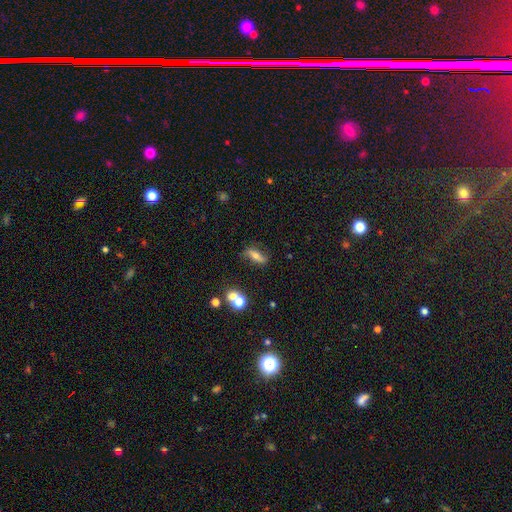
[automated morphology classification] featured or disk 48%, smooth 41%, star or artifact 11%. Down the decision tree: merging — none (71%).